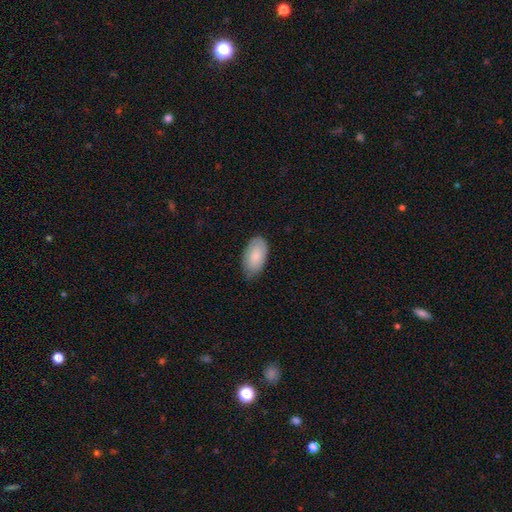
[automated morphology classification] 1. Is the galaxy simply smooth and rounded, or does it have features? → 79% smooth, 15% featured or disk, 6% star or artifact.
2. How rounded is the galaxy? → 95% in between, 3% round, 1% cigar-shaped.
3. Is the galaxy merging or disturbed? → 73% none, 22% minor disturbance, 3% major disturbance, 1% merger.